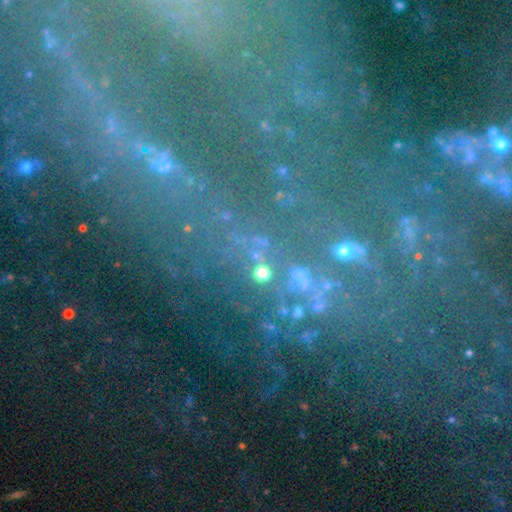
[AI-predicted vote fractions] Q: Smooth or featured?
A: star or artifact (55%); runner-up: featured or disk (24%)